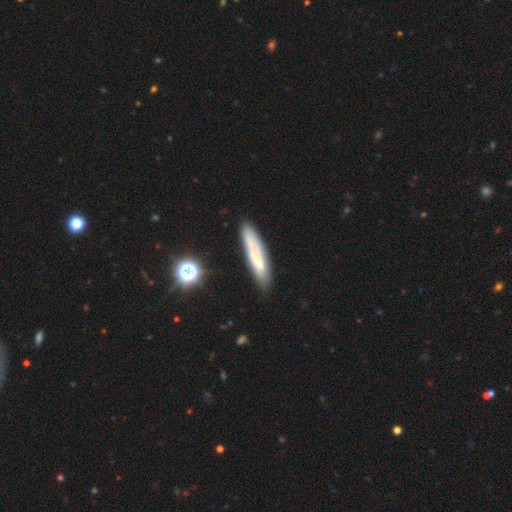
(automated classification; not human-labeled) A smooth galaxy with no disk features (60%) that is cigar-shaped (84%). Merging: none (77%).